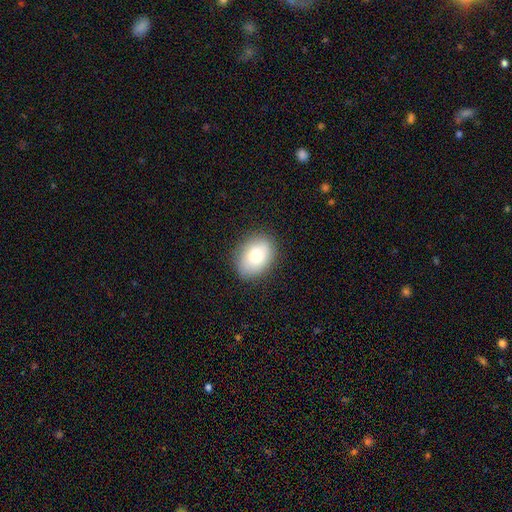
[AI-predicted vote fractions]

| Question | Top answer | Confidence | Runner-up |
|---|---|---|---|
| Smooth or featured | smooth | 78% | featured or disk (14%) |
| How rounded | in between | 74% | round (25%) |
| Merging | none | 86% | minor disturbance (10%) |